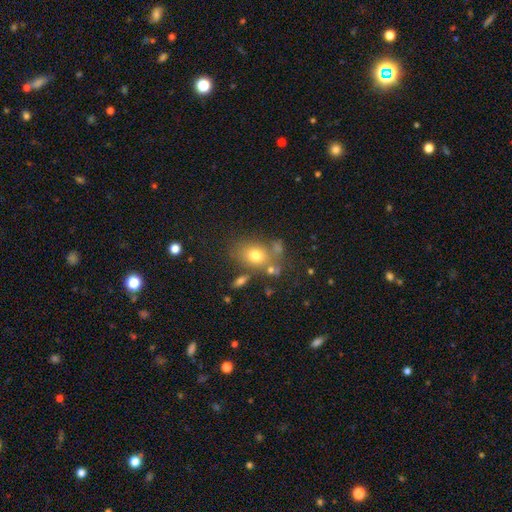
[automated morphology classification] smooth_or_featured: smooth (p=0.73) [alt: featured or disk p=0.15]
how_rounded: in between (p=0.63) [alt: round p=0.35]
merging: none (p=0.62) [alt: minor disturbance p=0.16]